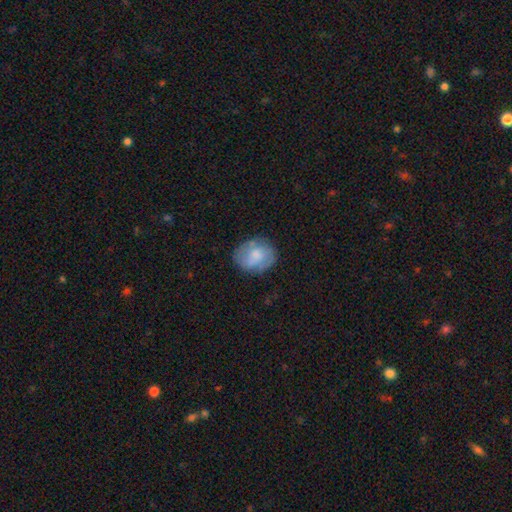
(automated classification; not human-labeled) smooth_or_featured: smooth (p=0.62) [alt: featured or disk p=0.31]
how_rounded: in between (p=0.50) [alt: round p=0.49]
merging: none (p=0.67) [alt: minor disturbance p=0.22]